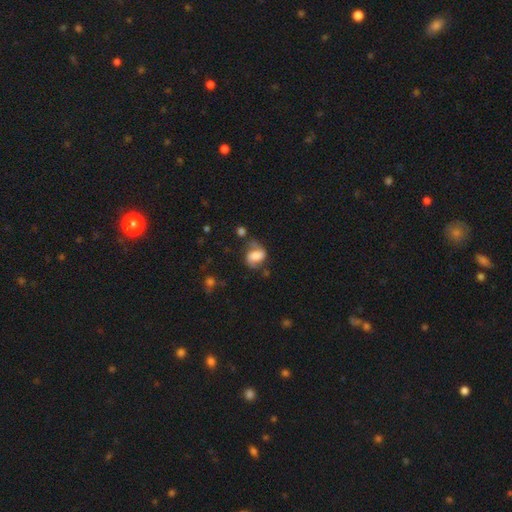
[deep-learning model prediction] This is possibly a featured or disk galaxy (48%). Merging: marginally none (45%).